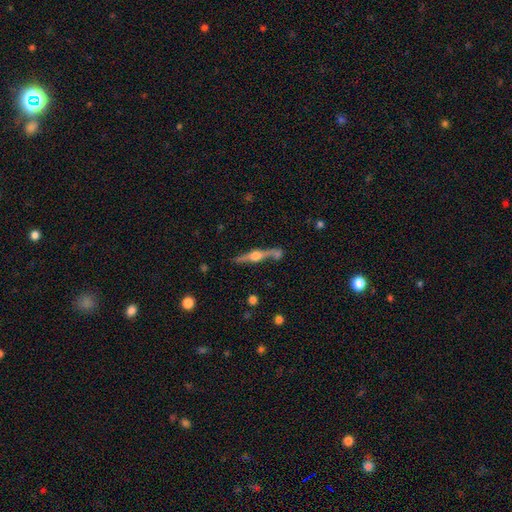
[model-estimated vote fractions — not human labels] This is likely a featured or disk galaxy (79%). It is clearly viewed edge-on (96%). Edge-on bulge: clearly rounded (94%). Merging: likely none (71%).